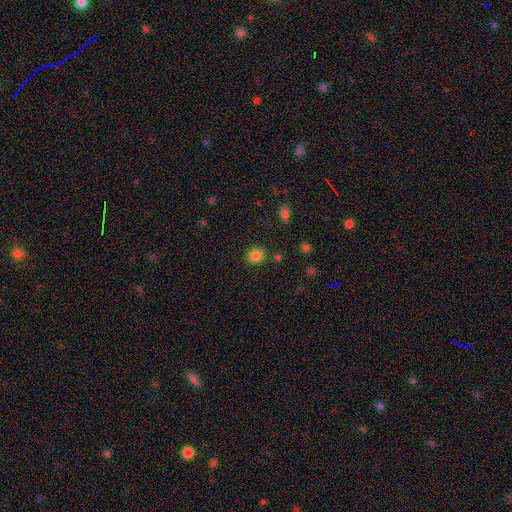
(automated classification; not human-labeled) smooth-or-featured: smooth: 84% | star or artifact: 12% | featured or disk: 5%
  how-rounded: round: 76% | in between: 23% | cigar-shaped: 1%
  merging: none: 84% | minor disturbance: 10% | merger: 4% | major disturbance: 3%